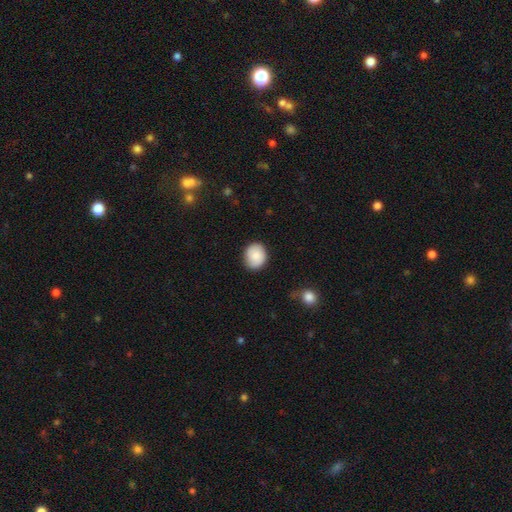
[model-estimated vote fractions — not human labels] A smooth galaxy with no disk features (82%) that is round (64%).

Vote fractions:
- Smooth or featured? smooth: 82% / featured or disk: 10% / star or artifact: 7%
- How rounded? round: 64% / in between: 35% / cigar-shaped: 1%
- Merging? none: 81% / minor disturbance: 15% / major disturbance: 3% / merger: 1%